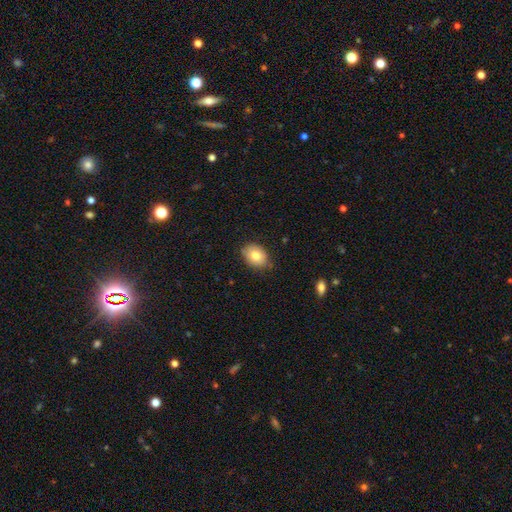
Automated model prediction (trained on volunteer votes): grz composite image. It shows a smooth galaxy with no disk features (79%) that is in between round and cigar-shaped (67%). Merging: none (77%).